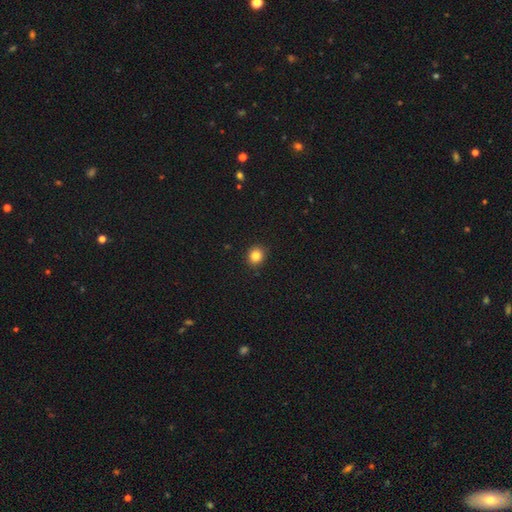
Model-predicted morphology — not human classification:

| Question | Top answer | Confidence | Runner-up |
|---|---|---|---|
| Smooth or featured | smooth | 84% | star or artifact (11%) |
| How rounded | round | 78% | in between (21%) |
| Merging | none | 91% | minor disturbance (7%) |